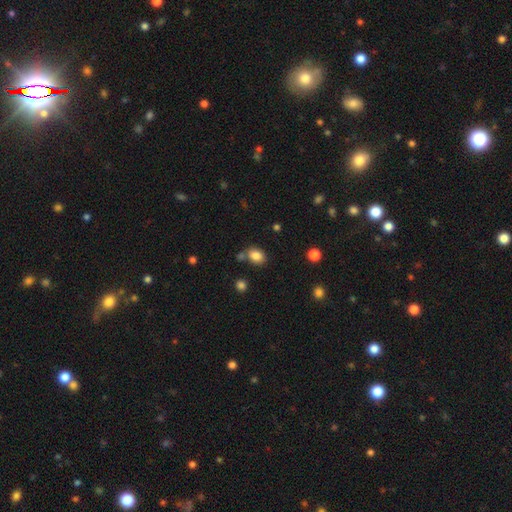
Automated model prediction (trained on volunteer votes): This appears to be a smooth galaxy with no disk features (85%) that is in between round and cigar-shaped (71%). Merging: none (67%).